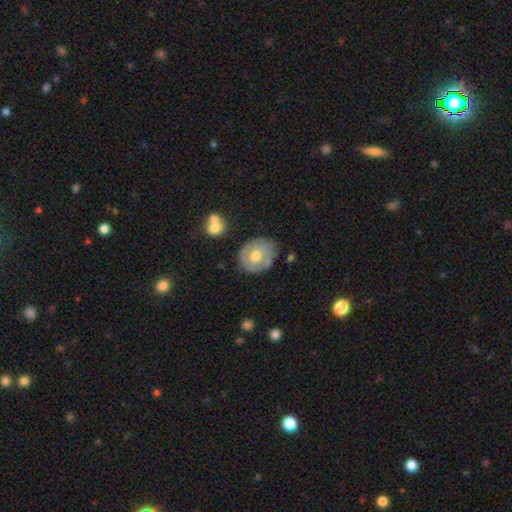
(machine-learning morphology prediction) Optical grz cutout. It shows a smooth galaxy with no disk features (49%). Merging: none (71%).